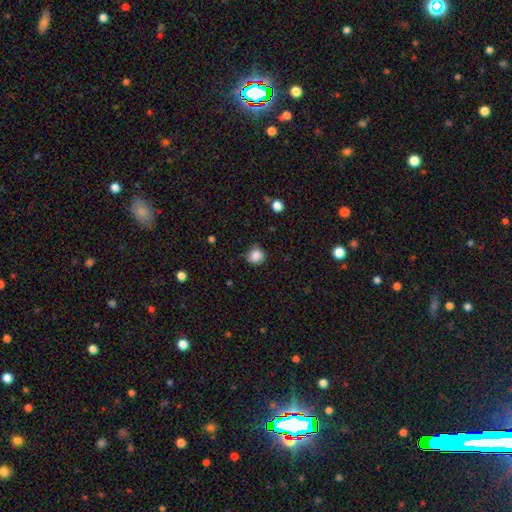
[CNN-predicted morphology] The model was most divided on "merging": none: 77%, minor disturbance: 18%, major disturbance: 4%, merger: 2%. More confident: how rounded — round (86%); smooth or featured — smooth (84%).